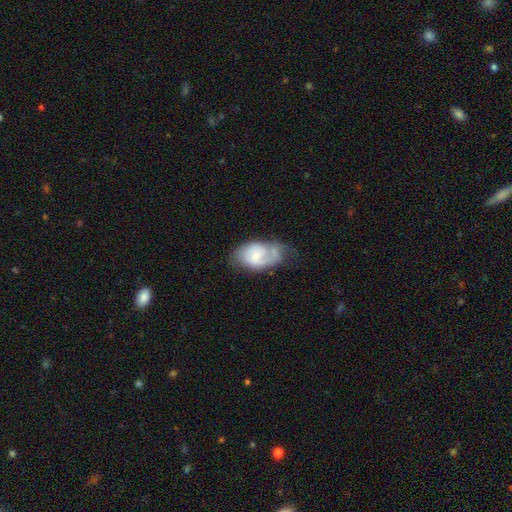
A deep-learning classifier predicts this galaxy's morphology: Smooth or featured? featured or disk (67%)
Edge-on disk? no (97%)
Bar? no (55%)
Spiral arms? yes (86%)
Spiral winding? medium (43%)
Spiral arm count? 2 (53%)
Bulge size? small (62%)
Merging? none (40%)